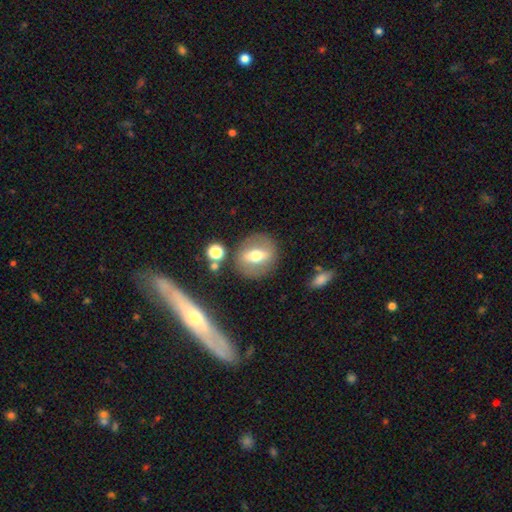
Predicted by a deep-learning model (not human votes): Smooth or featured?
  - featured or disk: 50% *
  - smooth: 41%
  - star or artifact: 9%
Edge-on disk?
  - no: 71% *
  - yes: 29%
Merging?
  - none: 81% *
  - minor disturbance: 10%
  - major disturbance: 5%
  - merger: 3%